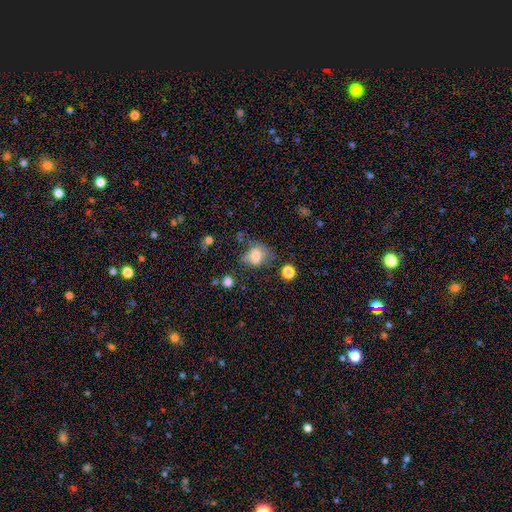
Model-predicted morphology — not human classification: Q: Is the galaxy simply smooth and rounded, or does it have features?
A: smooth — 71%.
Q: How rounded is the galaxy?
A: in between — 60%.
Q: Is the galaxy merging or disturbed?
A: none — 42%.